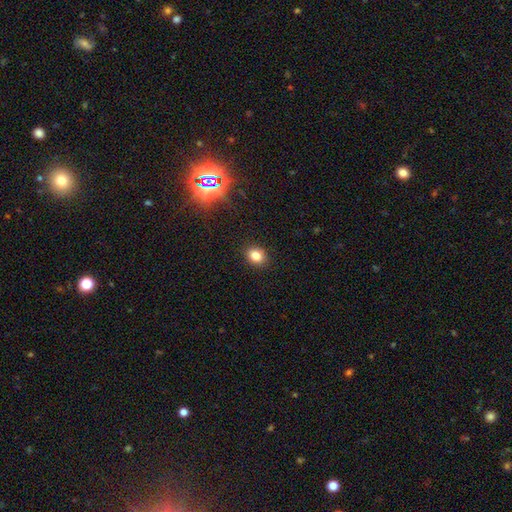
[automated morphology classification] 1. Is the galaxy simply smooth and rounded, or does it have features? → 81% smooth, 13% star or artifact, 6% featured or disk.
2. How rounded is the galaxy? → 52% round, 47% in between, 1% cigar-shaped.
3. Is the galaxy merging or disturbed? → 90% none, 7% minor disturbance, 2% major disturbance, 1% merger.